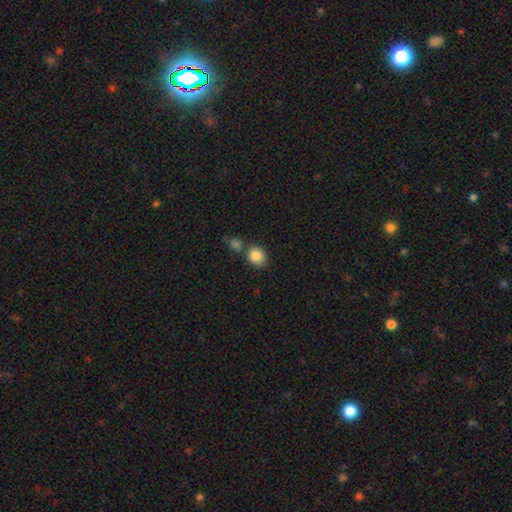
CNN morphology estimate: Q: Smooth or featured?
A: smooth (85%); runner-up: star or artifact (9%)
Q: How rounded?
A: round (69%); runner-up: in between (30%)
Q: Merging?
A: none (69%); runner-up: merger (17%)